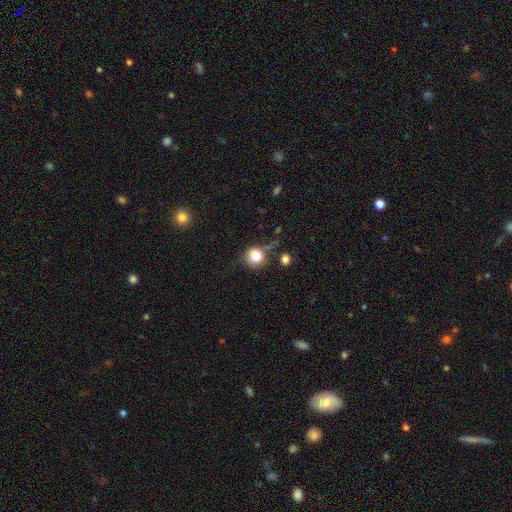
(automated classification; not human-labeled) This is likely a smooth galaxy (78%). How rounded: clearly round (82%). Merging: possibly none (53%).